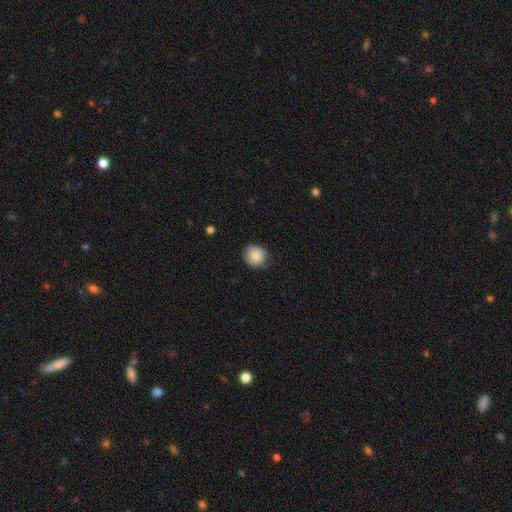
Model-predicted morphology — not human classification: This is clearly a smooth galaxy (83%). How rounded: likely round (78%). Merging: likely none (73%).